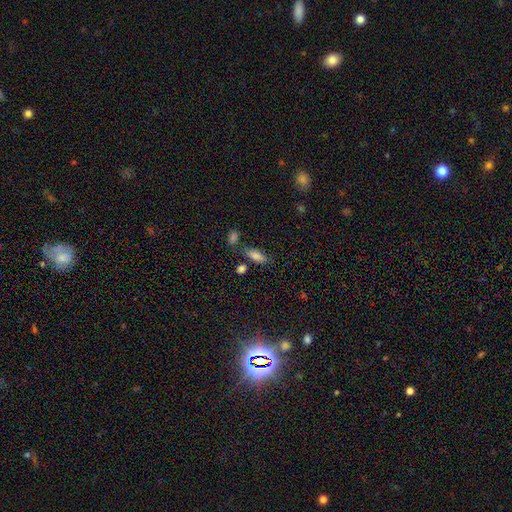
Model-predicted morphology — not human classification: Smooth or featured? Predicted: smooth (p=0.76). How rounded? Predicted: in between (p=0.74). Merging? Predicted: none (p=0.68).